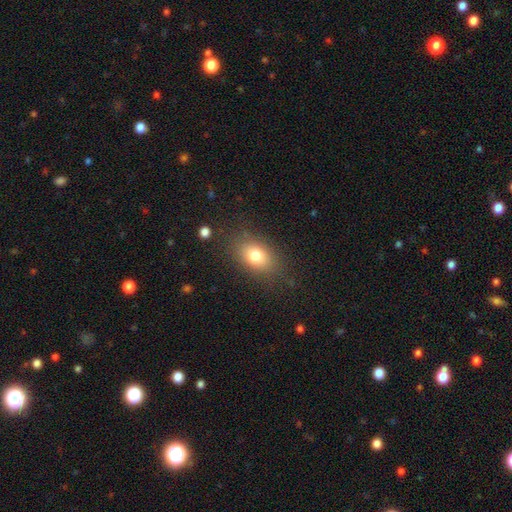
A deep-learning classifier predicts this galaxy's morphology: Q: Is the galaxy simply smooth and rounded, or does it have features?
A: smooth — 78%.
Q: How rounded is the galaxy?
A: in between — 78%.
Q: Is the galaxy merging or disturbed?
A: none — 81%.